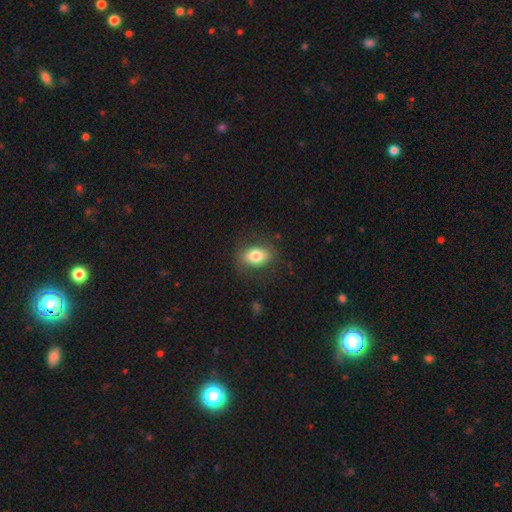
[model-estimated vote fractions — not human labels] Smooth or featured? smooth (77%)
How rounded? in between (80%)
Merging? none (76%)